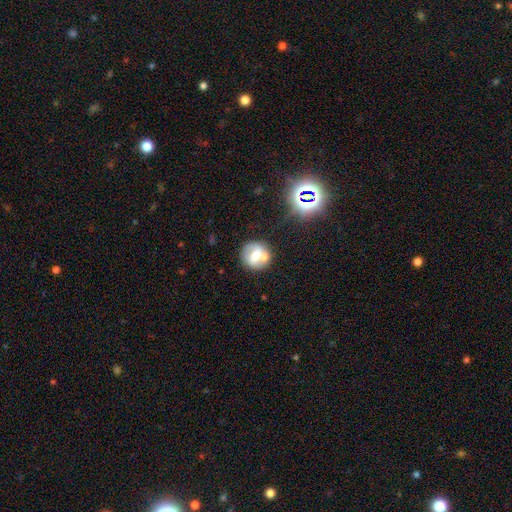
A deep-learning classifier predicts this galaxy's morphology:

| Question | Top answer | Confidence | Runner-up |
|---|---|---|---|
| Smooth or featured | featured or disk | 47% | smooth (44%) |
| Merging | none | 59% | merger (25%) |